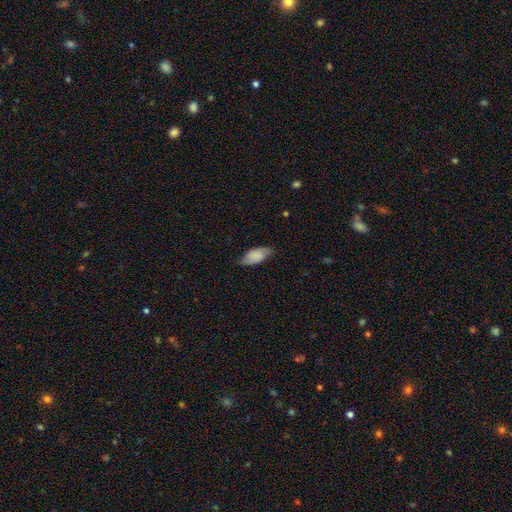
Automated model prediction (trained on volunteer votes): This is likely a smooth galaxy (76%). How rounded: clearly in between (90%). Merging: likely none (72%).